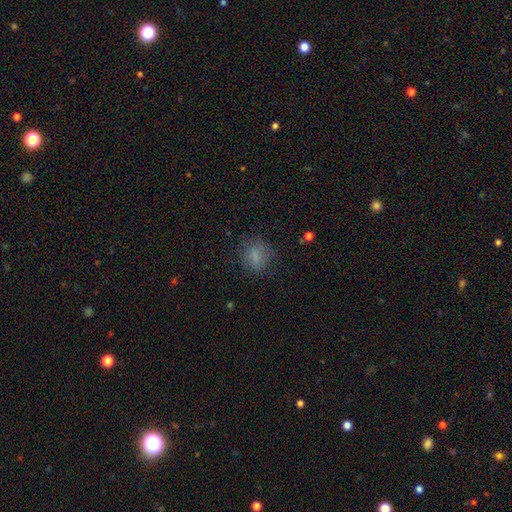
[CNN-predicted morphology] This appears to be a smooth galaxy with no disk features (75%) that is round (53%). Merging: none (72%).